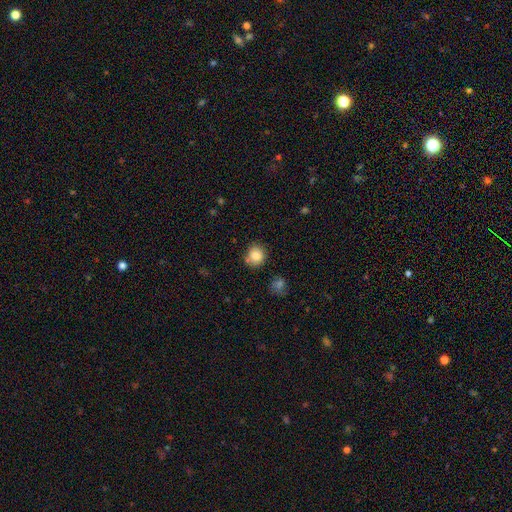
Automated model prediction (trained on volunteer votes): Smooth or featured: smooth — 85% (star or artifact — 10%)
How rounded: round — 83% (in between — 16%)
Merging: none — 77% (minor disturbance — 13%)